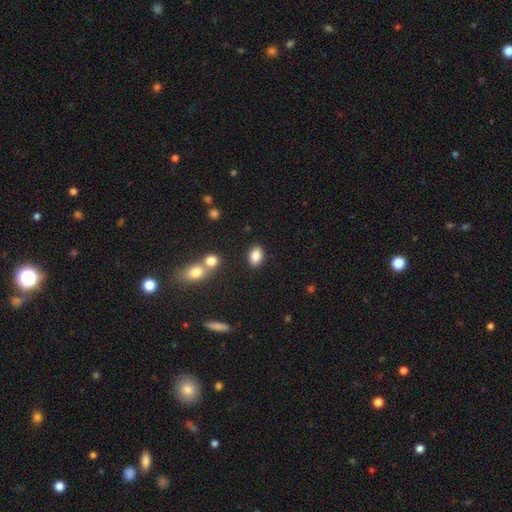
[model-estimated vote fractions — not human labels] This is clearly a smooth galaxy (85%). How rounded: clearly in between (85%). Merging: clearly none (83%).